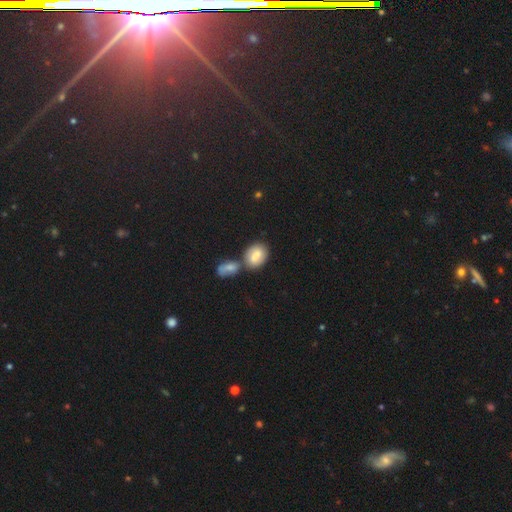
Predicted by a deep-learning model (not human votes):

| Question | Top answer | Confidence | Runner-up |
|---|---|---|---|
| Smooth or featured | smooth | 73% | featured or disk (19%) |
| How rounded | in between | 76% | round (21%) |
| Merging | none | 45% | merger (41%) |